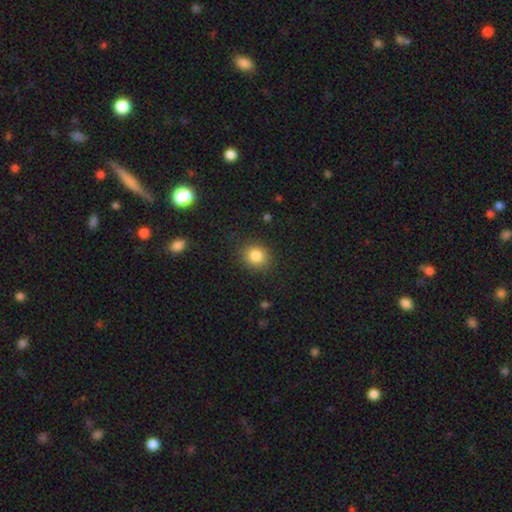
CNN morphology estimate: type=smooth (84%); roundness=round (73%); merging=none (87%).